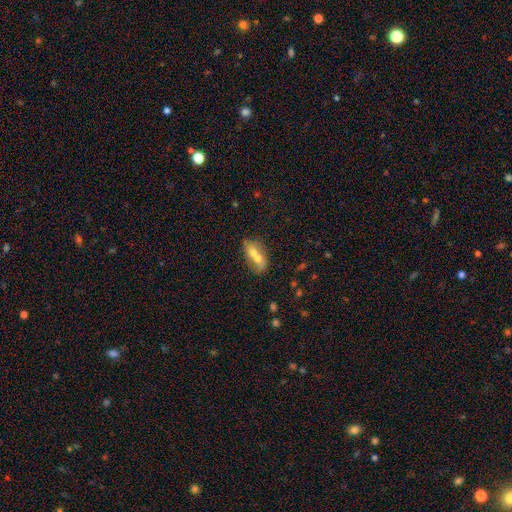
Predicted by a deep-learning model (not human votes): Smooth or featured?
  - smooth: 59% *
  - featured or disk: 32%
  - star or artifact: 9%
How rounded?
  - in between: 73% *
  - round: 20%
  - cigar-shaped: 7%
Merging?
  - merger: 65% *
  - none: 23%
  - minor disturbance: 8%
  - major disturbance: 4%